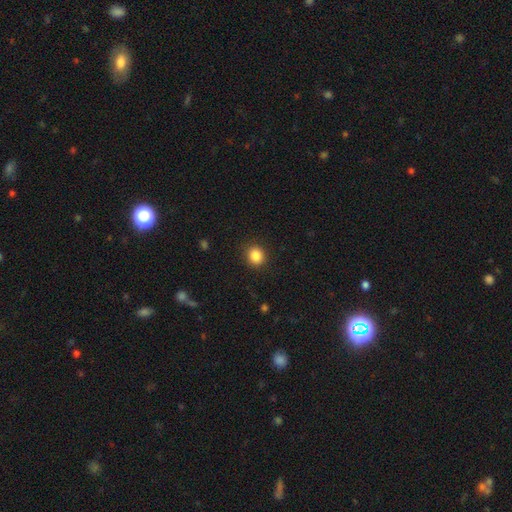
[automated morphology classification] The model was most divided on "how rounded": round: 78%, in between: 21%, cigar-shaped: 1%. More confident: merging — none (89%); smooth or featured — smooth (86%).